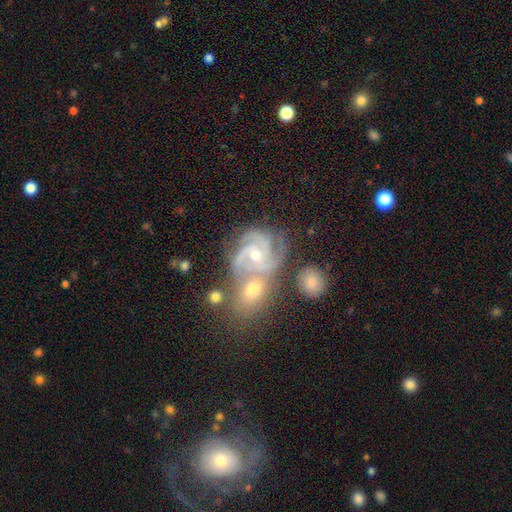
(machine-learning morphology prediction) Overall: featured or disk (85%). Edge-on disk: no (97%). Bar: no (48%; weak 38%). Spiral arms: yes (98%). Spiral arm count: 3 (46%; 2 27%). Spiral winding: tight (57%; medium 37%). Bulge size: small (51%; moderate 45%). Merging: none (49%; merger 28%).